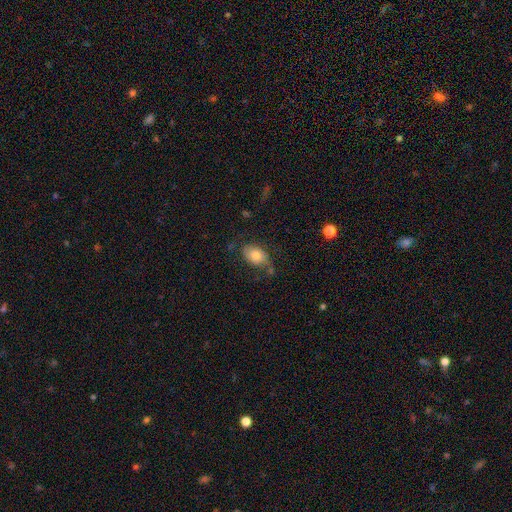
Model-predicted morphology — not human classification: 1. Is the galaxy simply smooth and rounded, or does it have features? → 74% smooth, 18% featured or disk, 8% star or artifact.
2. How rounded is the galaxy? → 85% in between, 13% round, 1% cigar-shaped.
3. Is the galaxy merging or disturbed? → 62% none, 24% minor disturbance, 10% major disturbance, 4% merger.